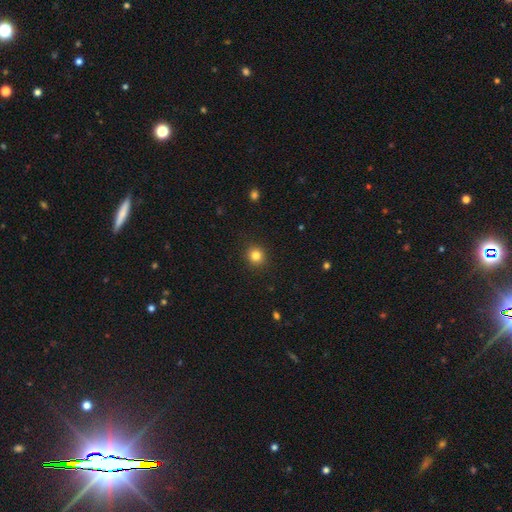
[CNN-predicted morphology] Smooth or featured? Predicted: smooth (p=0.83). How rounded? Predicted: round (p=0.89). Merging? Predicted: none (p=0.91).